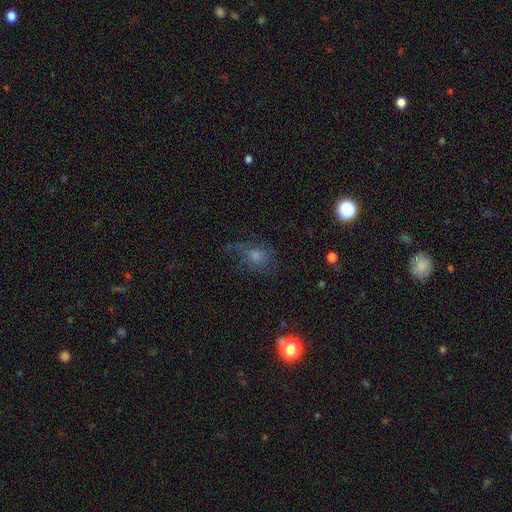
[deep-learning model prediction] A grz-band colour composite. It shows a smooth galaxy with no disk features (41%). Merging: none (53%).